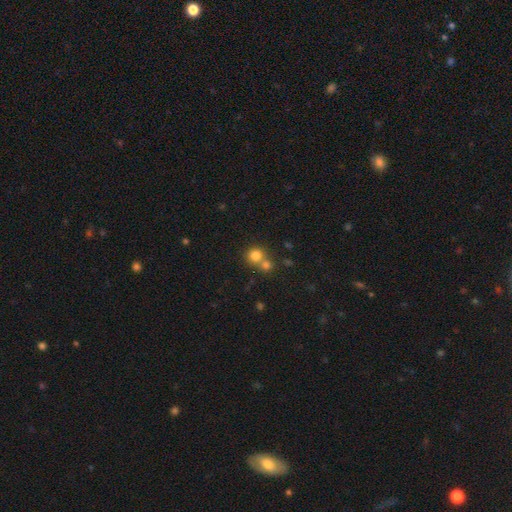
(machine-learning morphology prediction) Q: Smooth or featured?
A: smooth (78%); runner-up: star or artifact (13%)
Q: How rounded?
A: round (88%); runner-up: in between (11%)
Q: Merging?
A: none (49%); runner-up: merger (42%)